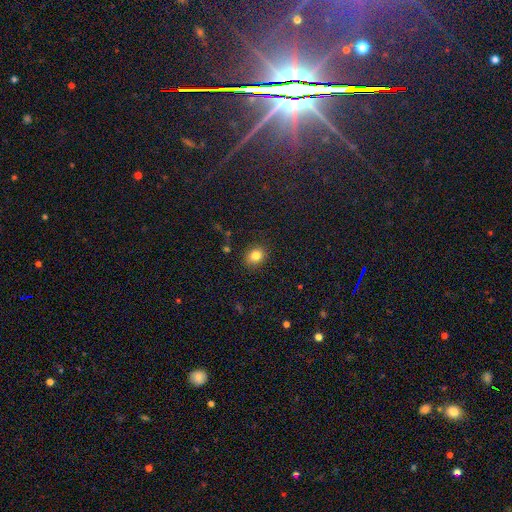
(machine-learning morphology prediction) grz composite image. It shows a smooth galaxy with no disk features (83%) that is round (57%). Merging: none (87%).